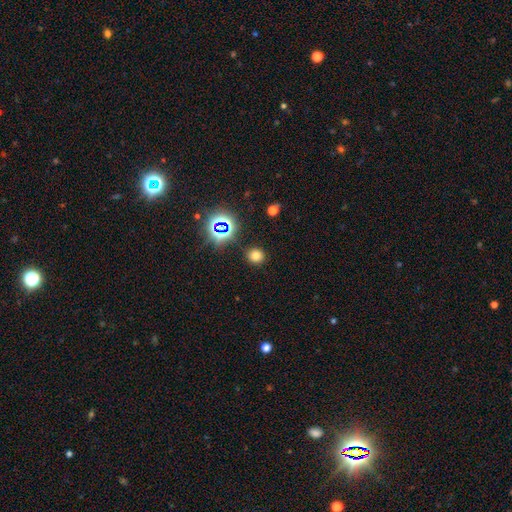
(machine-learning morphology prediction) smooth-or-featured: smooth: 70% | star or artifact: 24% | featured or disk: 6%
  how-rounded: round: 86% | in between: 13% | cigar-shaped: 1%
  merging: none: 87% | minor disturbance: 8% | major disturbance: 3% | merger: 2%